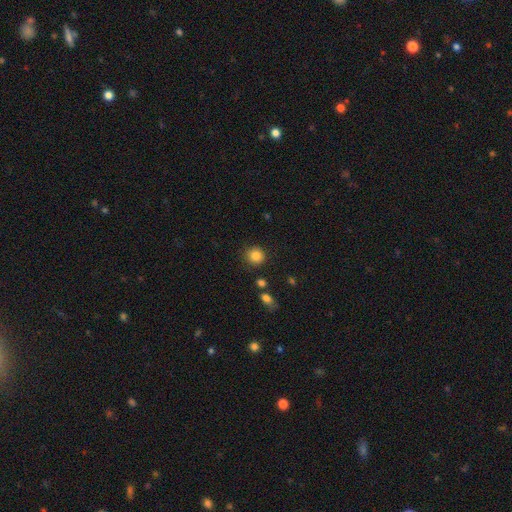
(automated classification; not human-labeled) A smooth galaxy with no disk features (85%) that is round (90%). Merging: none (86%).